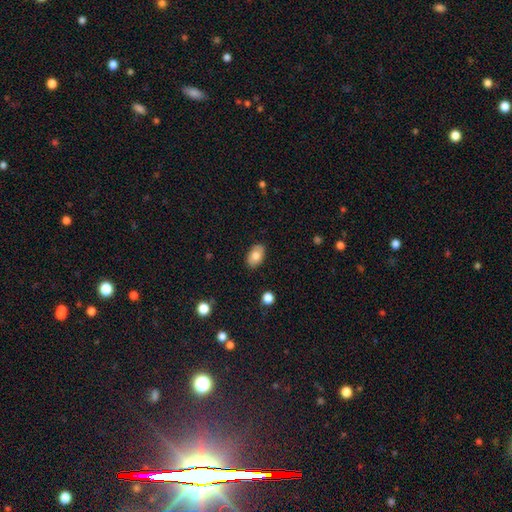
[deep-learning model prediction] This is likely a smooth galaxy (75%). How rounded: clearly in between (90%). Merging: clearly none (86%).